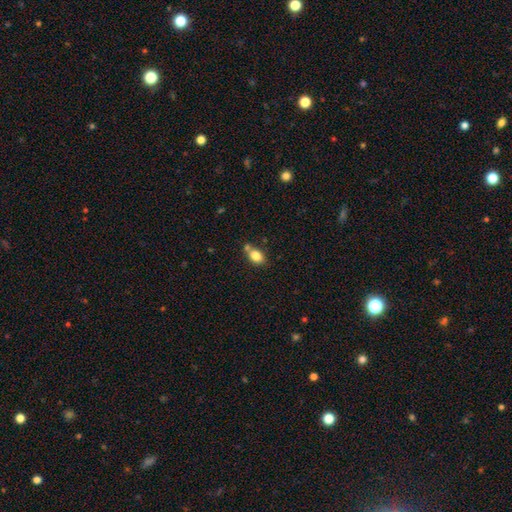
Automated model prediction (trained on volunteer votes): smooth-or-featured: smooth: 82% | star or artifact: 9% | featured or disk: 9%
  how-rounded: in between: 76% | round: 22% | cigar-shaped: 2%
  merging: none: 62% | merger: 19% | minor disturbance: 15% | major disturbance: 4%